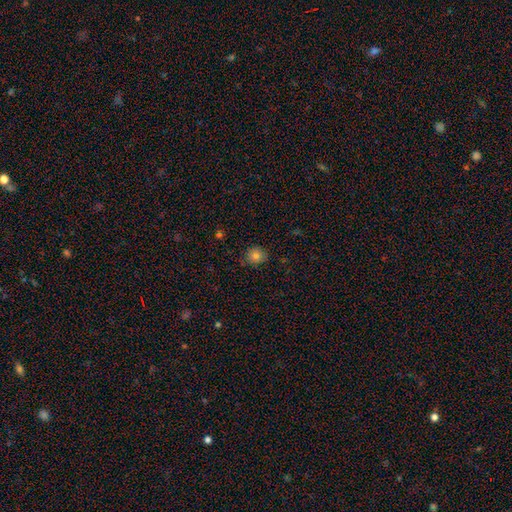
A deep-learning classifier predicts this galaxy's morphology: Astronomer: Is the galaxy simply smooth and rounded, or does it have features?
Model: smooth — 81%.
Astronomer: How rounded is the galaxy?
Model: round — 80%.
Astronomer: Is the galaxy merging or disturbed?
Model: none — 81%.